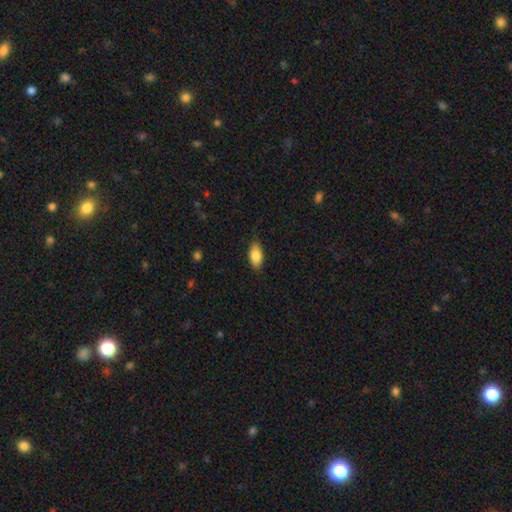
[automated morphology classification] smooth_or_featured: smooth (p=0.83) [alt: featured or disk p=0.11]
how_rounded: in between (p=0.89) [alt: cigar-shaped p=0.07]
merging: none (p=0.84) [alt: minor disturbance p=0.12]